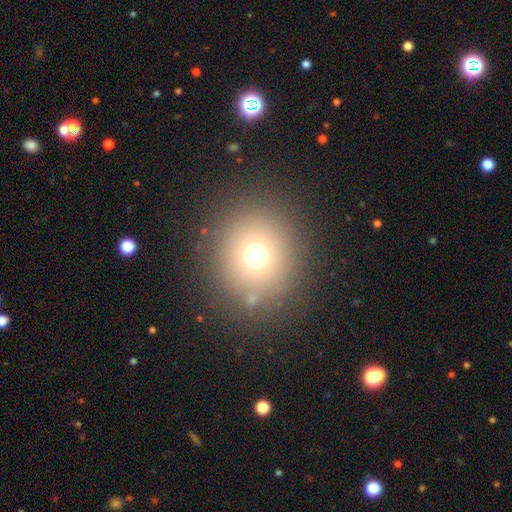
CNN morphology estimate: Smooth or featured? Predicted: smooth (p=0.70). How rounded? Predicted: round (p=0.89). Merging? Predicted: none (p=0.85).